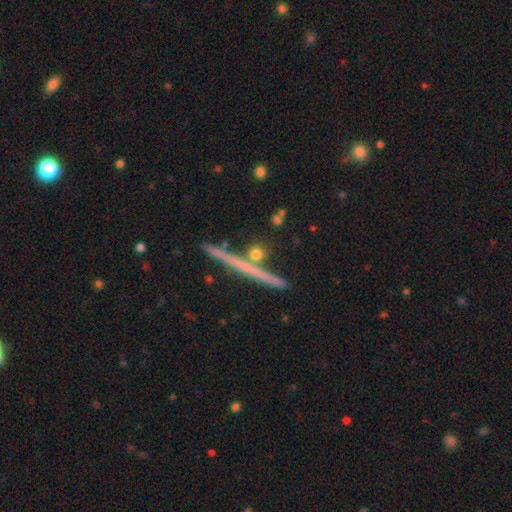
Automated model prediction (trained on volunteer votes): This is possibly a featured or disk galaxy (51%). It is clearly viewed edge-on (95%). Merging: clearly none (82%).